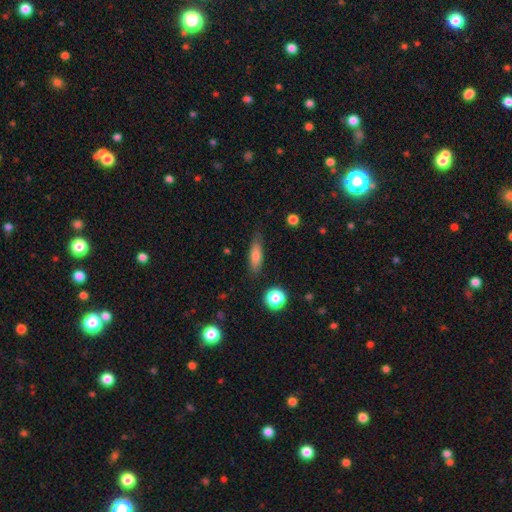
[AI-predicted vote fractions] This is likely a smooth galaxy (73%). How rounded: possibly cigar-shaped (50%). Merging: likely none (77%).